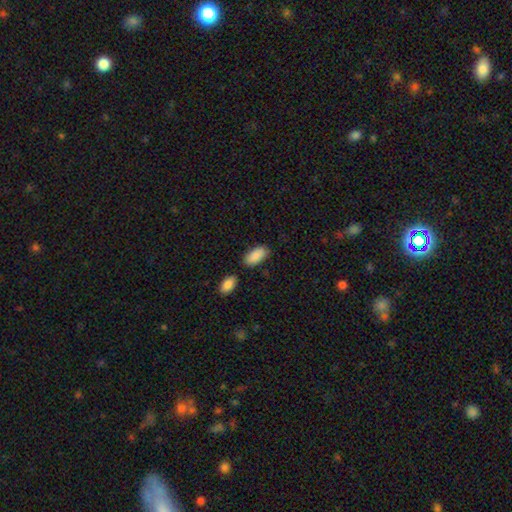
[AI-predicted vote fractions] Smooth or featured? Predicted: smooth (p=0.90). How rounded? Predicted: in between (p=0.92). Merging? Predicted: none (p=0.76).